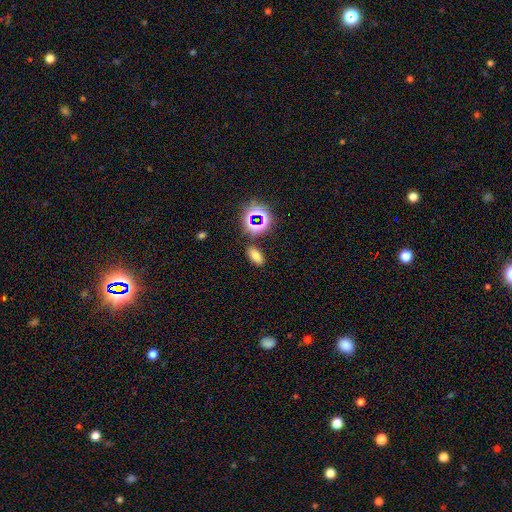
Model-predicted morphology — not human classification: A smooth galaxy with no disk features (68%) that is in between round and cigar-shaped (86%). Merging: none (82%).